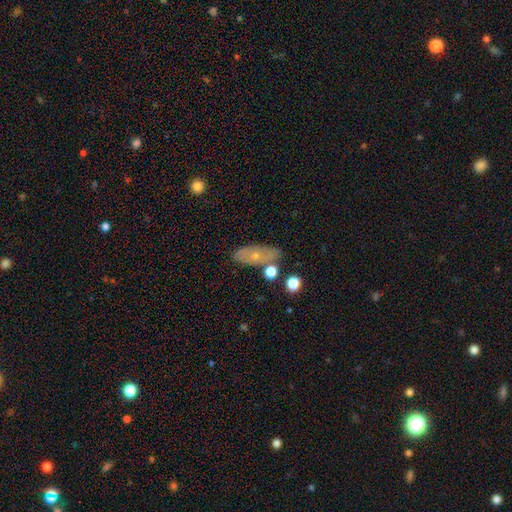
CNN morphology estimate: The model was most divided on "smooth or featured": smooth: 49%, featured or disk: 42%, star or artifact: 9%. More confident: merging — none (68%).